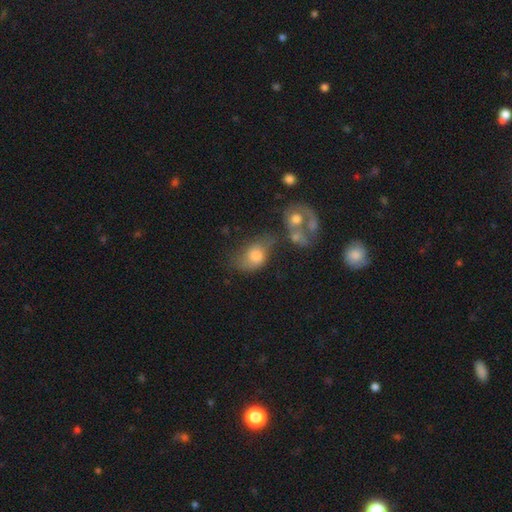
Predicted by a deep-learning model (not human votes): smooth 65%, featured or disk 25%, star or artifact 10%. Down the decision tree: how rounded — in between (72%); merging — none (31%).